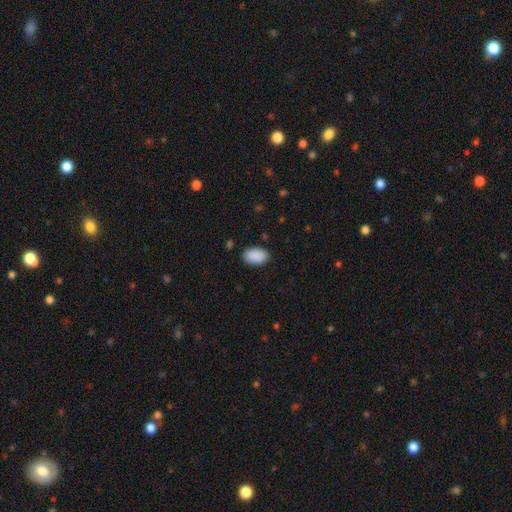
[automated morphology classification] Smooth or featured? Predicted: smooth (p=0.91). How rounded? Predicted: in between (p=0.93). Merging? Predicted: none (p=0.88).